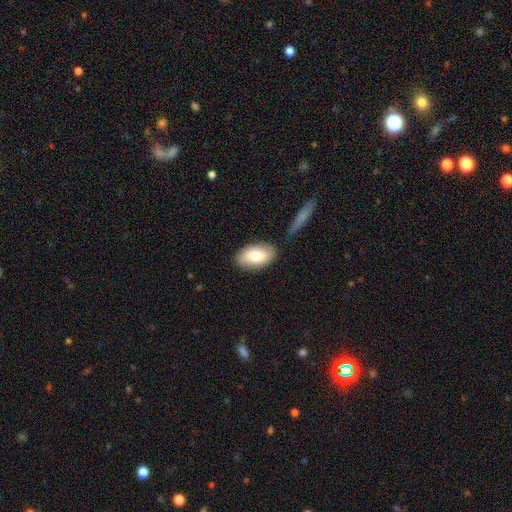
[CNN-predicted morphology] smooth-or-featured: smooth: 77% | featured or disk: 16% | star or artifact: 6%
  how-rounded: in between: 93% | round: 5% | cigar-shaped: 2%
  merging: none: 82% | minor disturbance: 11% | merger: 4% | major disturbance: 3%